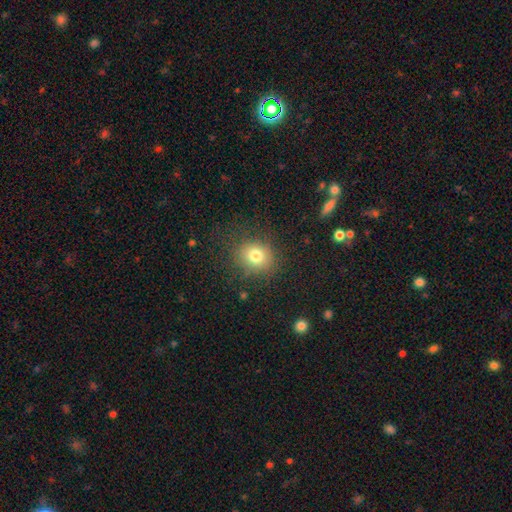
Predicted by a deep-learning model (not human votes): Smooth or featured? Predicted: smooth (p=0.78). How rounded? Predicted: round (p=0.74). Merging? Predicted: none (p=0.81).